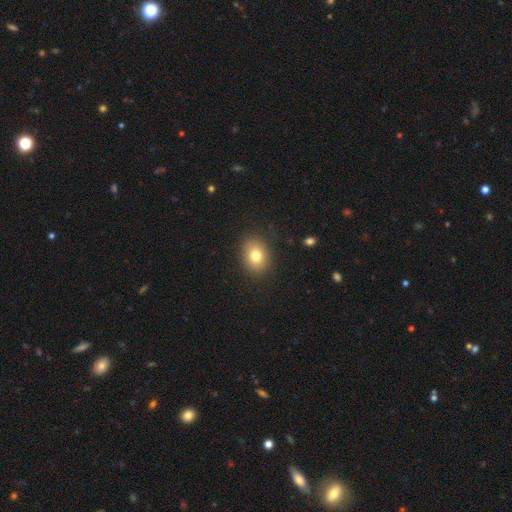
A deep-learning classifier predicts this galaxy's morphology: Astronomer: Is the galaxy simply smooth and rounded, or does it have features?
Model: smooth — 79%.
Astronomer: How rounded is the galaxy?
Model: in between — 57% (runner-up: round, 42%).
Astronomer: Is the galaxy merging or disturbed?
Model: none — 86%.